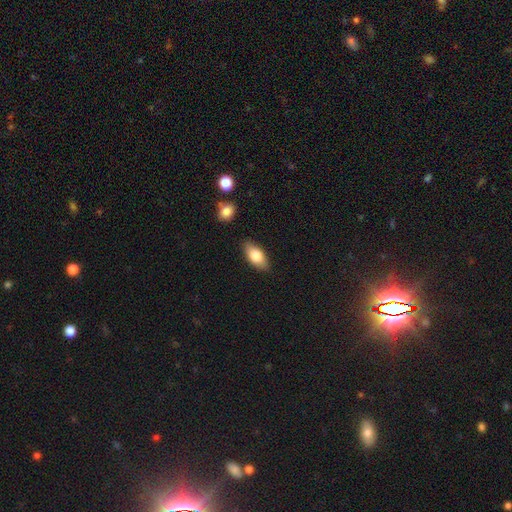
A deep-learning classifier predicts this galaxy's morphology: type=smooth (78%); roundness=in between (88%); merging=none (84%).